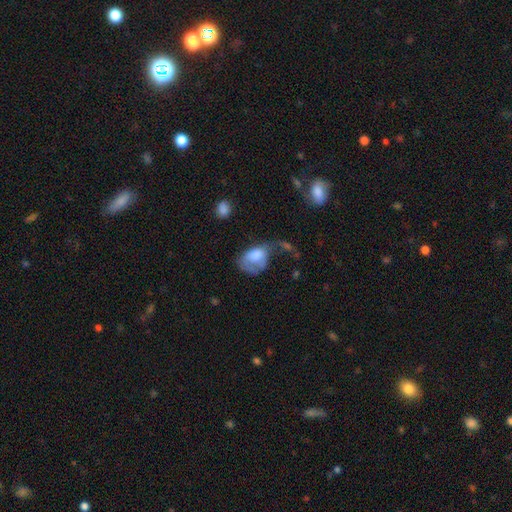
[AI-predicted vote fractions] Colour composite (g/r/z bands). It shows a smooth galaxy with no disk features (66%) that is in between round and cigar-shaped (78%). Merging: major disturbance (53%).